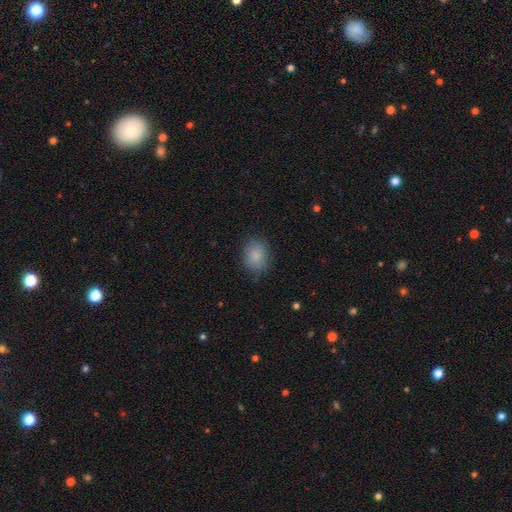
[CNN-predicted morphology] This is clearly a smooth galaxy (85%). How rounded: possibly in between (52%). Merging: likely none (79%).